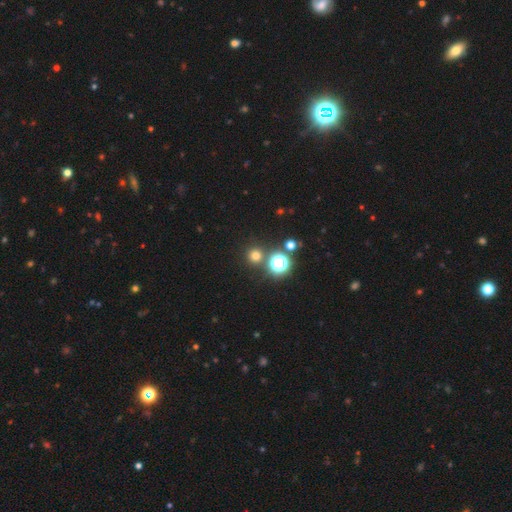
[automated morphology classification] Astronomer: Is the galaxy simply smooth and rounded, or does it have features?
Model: smooth — 68%.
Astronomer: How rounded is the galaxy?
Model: round — 94%.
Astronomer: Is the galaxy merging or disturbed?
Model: none — 84%.